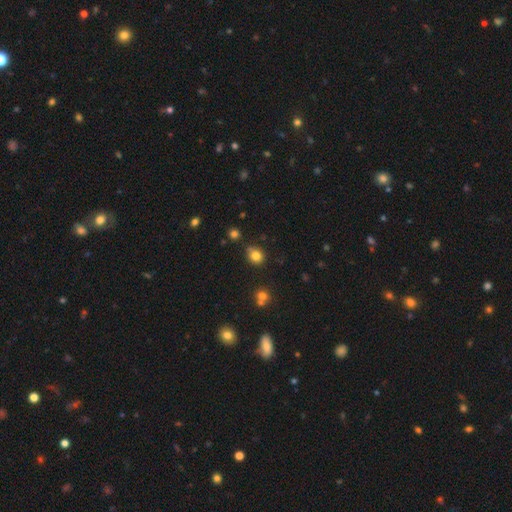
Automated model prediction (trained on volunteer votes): smooth_or_featured: smooth (p=0.80) [alt: star or artifact p=0.14]
how_rounded: round (p=0.74) [alt: in between p=0.25]
merging: none (p=0.75) [alt: minor disturbance p=0.16]